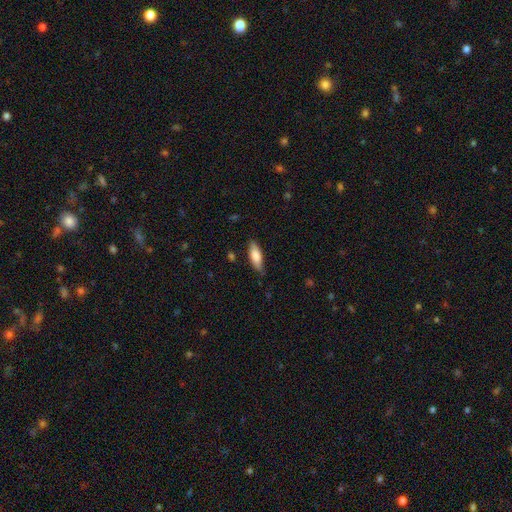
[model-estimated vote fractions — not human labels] A smooth galaxy with no disk features (76%) that is in between round and cigar-shaped (64%). Merging: none (76%).